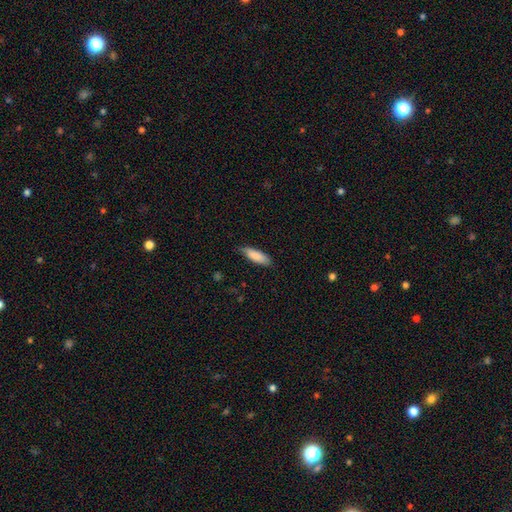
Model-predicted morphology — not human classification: type=smooth (86%); roundness=in between (58%); merging=none (74%).